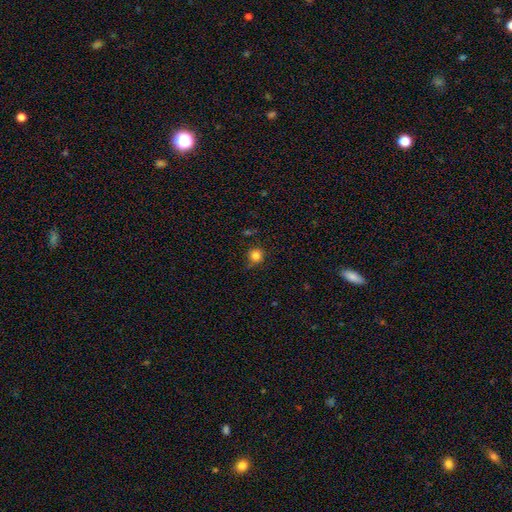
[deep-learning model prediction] A smooth galaxy with no disk features (82%) that is round (93%). Merging: none (79%).